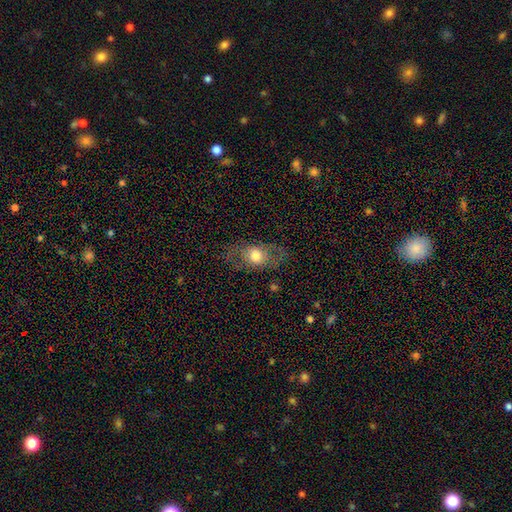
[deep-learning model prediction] Smooth or featured: smooth — 55% (featured or disk — 37%)
How rounded: in between — 77% (round — 20%)
Merging: none — 73% (minor disturbance — 16%)